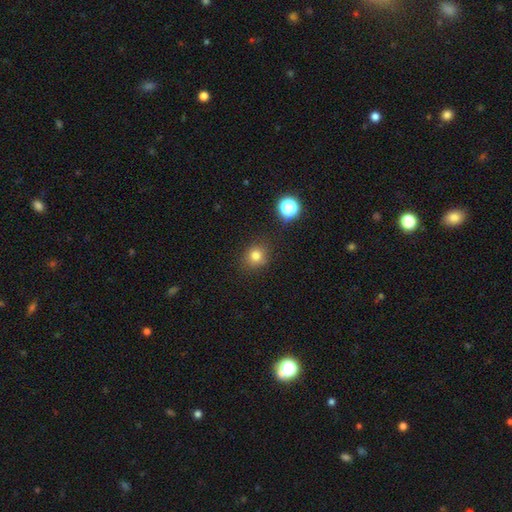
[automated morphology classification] A smooth galaxy with no disk features (79%) that is round (82%). Merging: none (83%).